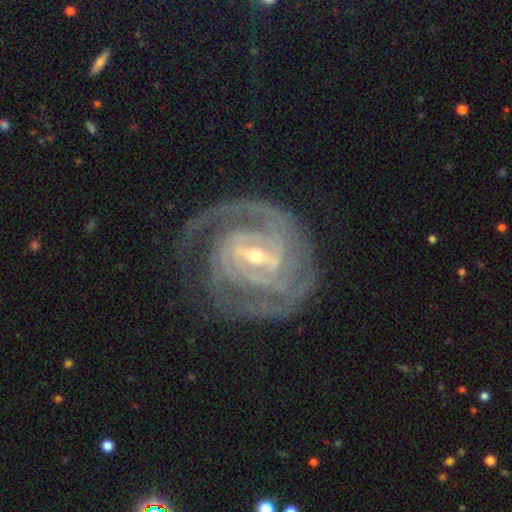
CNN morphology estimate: A featured or disk galaxy (92%) with a strong bar (47%), 2 (39%) tight (72%) spiral arms (98%) and a small central bulge (62%).

Vote fractions:
- Smooth or featured? featured or disk: 92% / star or artifact: 5% / smooth: 4%
- Edge-on disk? no: 97% / yes: 3%
- Bar? strong: 47% / weak: 42% / no: 11%
- Spiral arms? yes: 98% / no: 2%
- Spiral winding? tight: 72% / medium: 24% / loose: 4%
- Spiral arm count? 2: 39% / 3: 24% / can't tell: 16% / 4: 10% / 1: 6% / more than 4: 6%
- Bulge size? small: 62% / moderate: 35% / large: 2% / none: 1% / dominant: 1%
- Merging? none: 73% / minor disturbance: 16% / major disturbance: 9% / merger: 2%